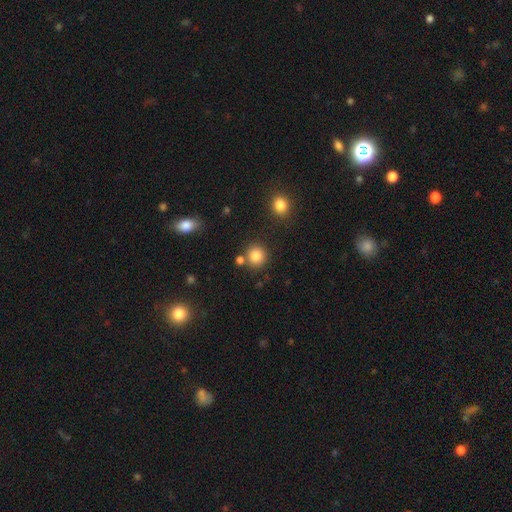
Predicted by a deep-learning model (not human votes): The model was most divided on "merging": none: 79%, merger: 10%, minor disturbance: 8%, major disturbance: 3%. More confident: how rounded — round (90%); smooth or featured — smooth (84%).